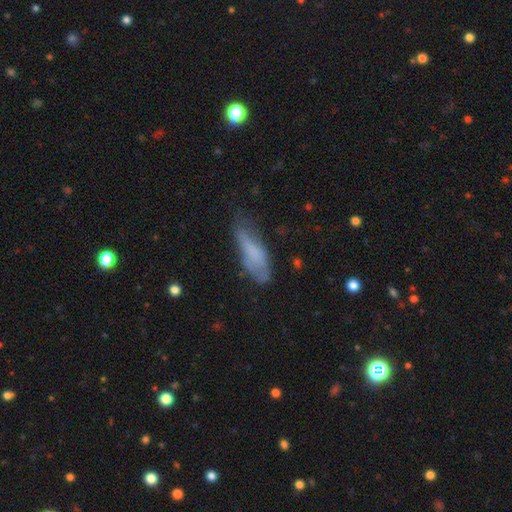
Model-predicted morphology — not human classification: This appears to be a smooth galaxy with no disk features (63%) that is in between round and cigar-shaped (52%). Merging: none (47%).